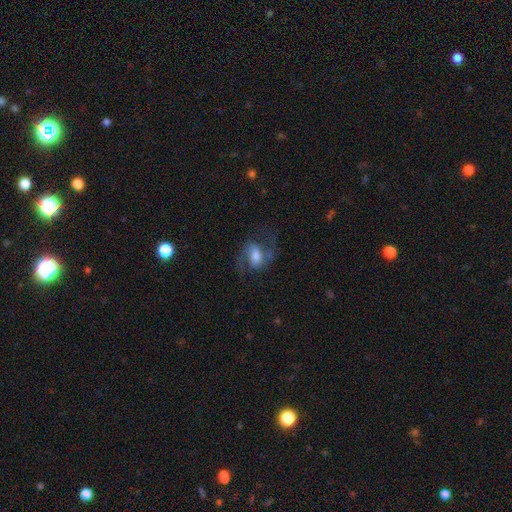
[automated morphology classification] Smooth or featured?
  - featured or disk: 78% *
  - smooth: 15%
  - star or artifact: 7%
Edge-on disk?
  - no: 97% *
  - yes: 3%
Bar?
  - weak: 48% *
  - no: 29%
  - strong: 22%
Spiral arms?
  - yes: 95% *
  - no: 5%
Spiral winding?
  - medium: 49% *
  - loose: 42%
  - tight: 9%
Spiral arm count?
  - 2: 92% *
  - can't tell: 3%
  - 1: 2%
  - 3: 1%
  - 4: 1%
  - more than 4: 1%
Bulge size?
  - moderate: 49% *
  - large: 25%
  - small: 17%
  - none: 6%
  - dominant: 3%
Merging?
  - none: 69% *
  - minor disturbance: 15%
  - major disturbance: 14%
  - merger: 2%